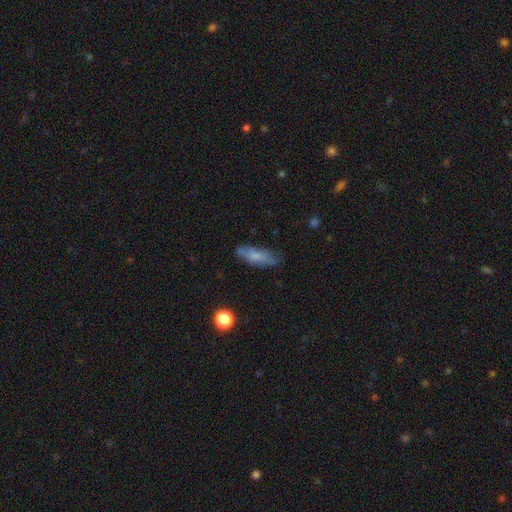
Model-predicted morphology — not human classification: smooth_or_featured: smooth (p=0.67) [alt: featured or disk p=0.24]
how_rounded: in between (p=0.52) [alt: cigar-shaped p=0.45]
merging: none (p=0.59) [alt: minor disturbance p=0.26]